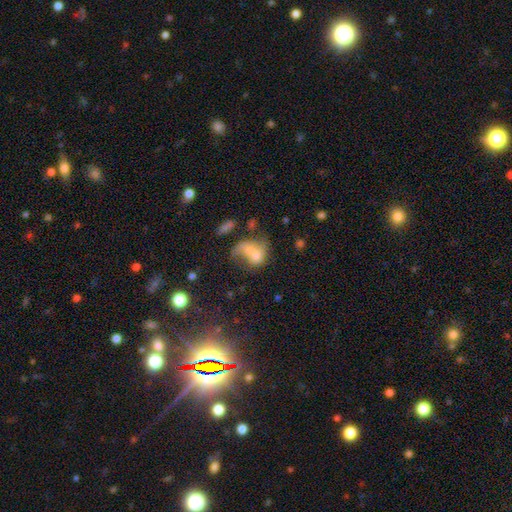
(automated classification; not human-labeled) A smooth galaxy with no disk features (58%) that is in between round and cigar-shaped (58%).

Vote fractions:
- Smooth or featured? smooth: 58% / featured or disk: 31% / star or artifact: 12%
- How rounded? in between: 58% / round: 40% / cigar-shaped: 2%
- Merging? merger: 54% / major disturbance: 20% / none: 17% / minor disturbance: 10%